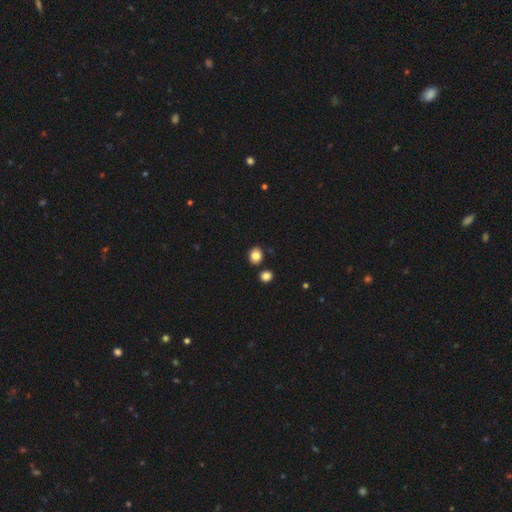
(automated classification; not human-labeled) smooth_or_featured: smooth (p=0.85) [alt: star or artifact p=0.10]
how_rounded: round (p=0.60) [alt: in between p=0.39]
merging: none (p=0.82) [alt: minor disturbance p=0.08]